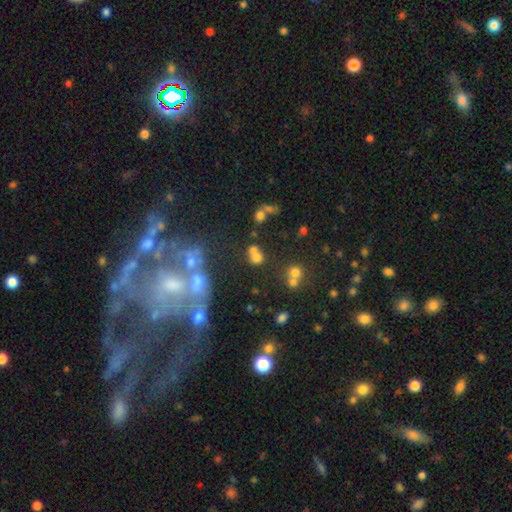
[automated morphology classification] type=smooth (65%); roundness=round (70%); merging=none (43%).